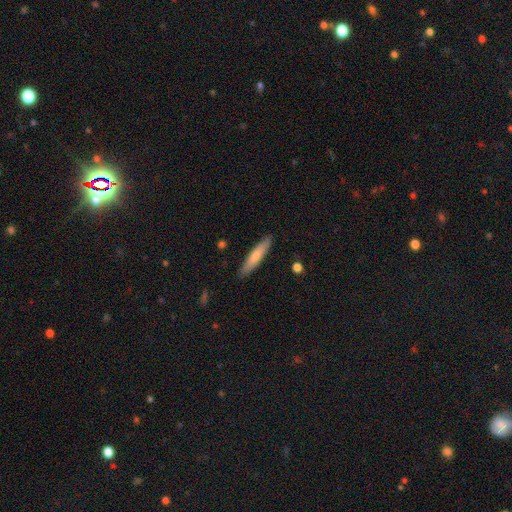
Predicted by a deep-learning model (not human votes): smooth-or-featured: smooth: 70% | featured or disk: 25% | star or artifact: 5%
  how-rounded: cigar-shaped: 88% | in between: 11% | round: 1%
  merging: none: 88% | minor disturbance: 9% | major disturbance: 2% | merger: 1%